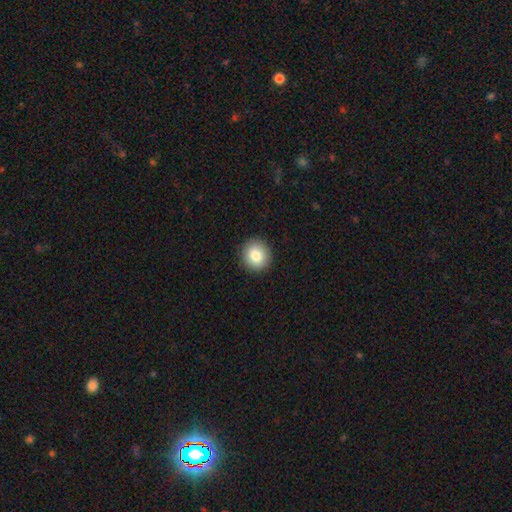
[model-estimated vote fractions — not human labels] Overall: smooth (83%). How rounded: round (88%). Merging: none (92%).